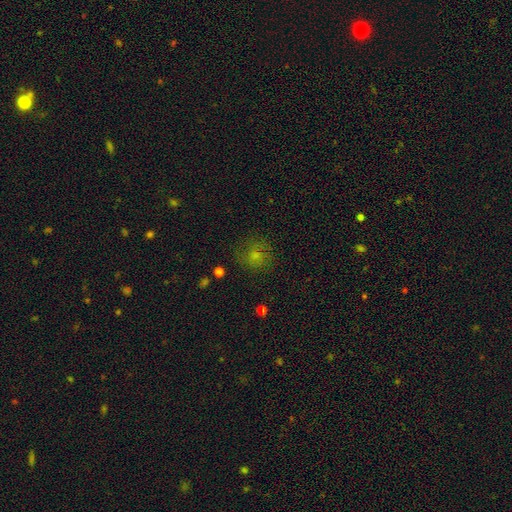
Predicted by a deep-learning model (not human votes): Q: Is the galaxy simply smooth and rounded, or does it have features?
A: smooth — 71%.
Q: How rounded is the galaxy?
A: round — 83%.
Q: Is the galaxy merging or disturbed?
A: none — 71%.